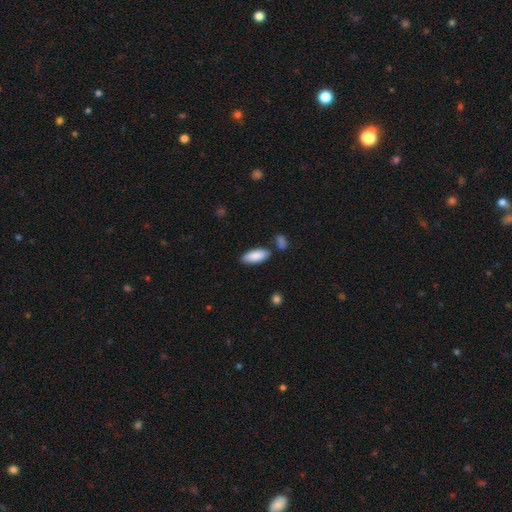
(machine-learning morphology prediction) smooth 88%, featured or disk 7%, star or artifact 6%. Down the decision tree: how rounded — in between (82%); merging — none (78%).